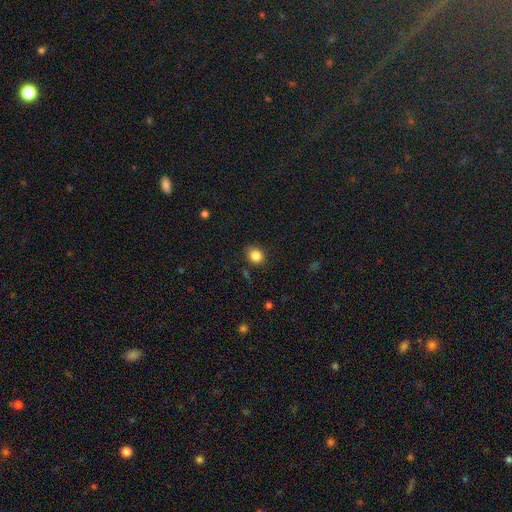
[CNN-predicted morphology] Smooth or featured? Predicted: smooth (p=0.84). How rounded? Predicted: round (p=0.71). Merging? Predicted: none (p=0.83).